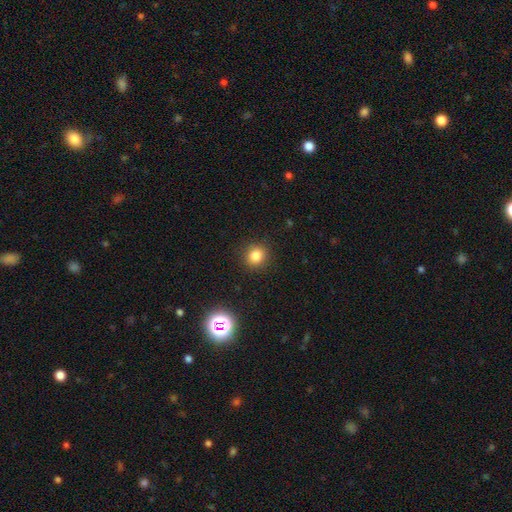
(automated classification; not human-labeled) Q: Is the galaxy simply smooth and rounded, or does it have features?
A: smooth — 81%.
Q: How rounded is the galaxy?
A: round — 85%.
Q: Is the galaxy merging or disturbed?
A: none — 90%.